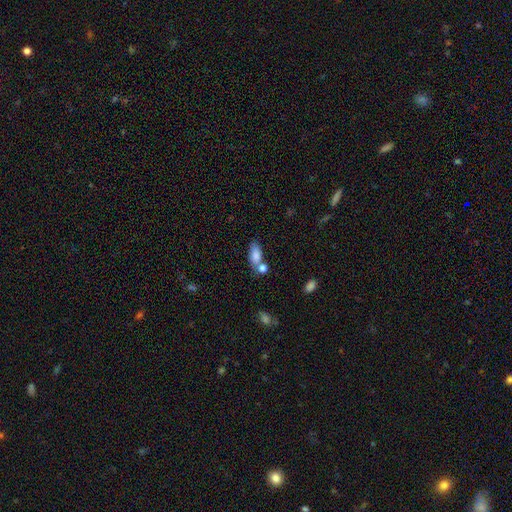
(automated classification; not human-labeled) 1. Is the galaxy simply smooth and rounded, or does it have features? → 82% smooth, 10% featured or disk, 8% star or artifact.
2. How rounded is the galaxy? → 85% in between, 10% cigar-shaped, 5% round.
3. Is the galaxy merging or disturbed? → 49% none, 31% merger, 14% minor disturbance, 5% major disturbance.